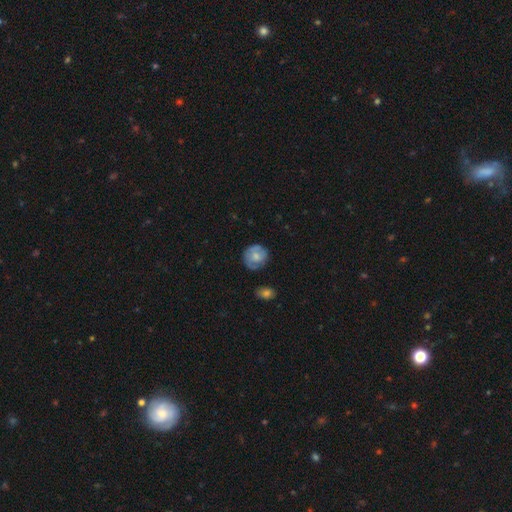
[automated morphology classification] Overall: smooth (56%; featured or disk 37%). How rounded: round (85%). Merging: none (69%).